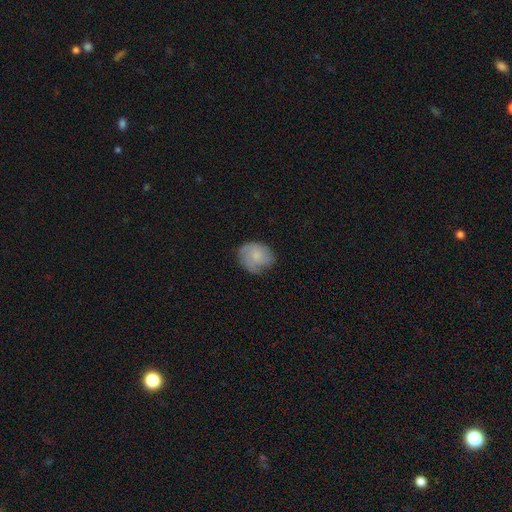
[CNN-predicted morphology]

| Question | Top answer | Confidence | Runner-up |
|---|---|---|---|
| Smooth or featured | smooth | 68% | featured or disk (25%) |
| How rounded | round | 60% | in between (39%) |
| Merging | none | 62% | minor disturbance (28%) |